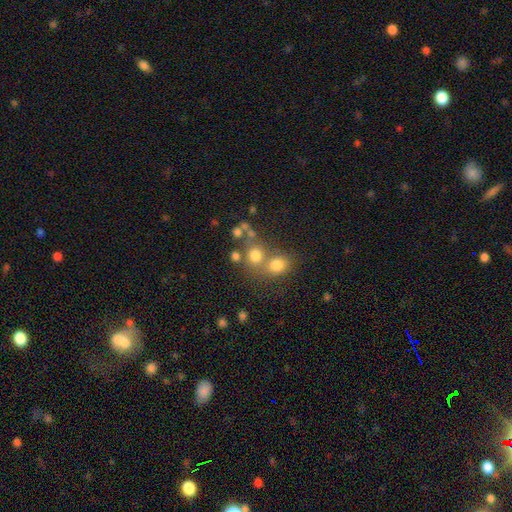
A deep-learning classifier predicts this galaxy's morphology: Q: Smooth or featured?
A: smooth (70%); runner-up: star or artifact (16%)
Q: How rounded?
A: round (79%); runner-up: in between (20%)
Q: Merging?
A: none (44%); runner-up: merger (43%)